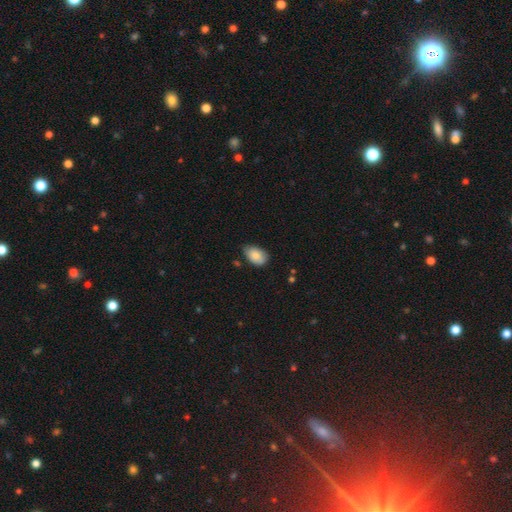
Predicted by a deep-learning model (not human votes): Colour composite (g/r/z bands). It shows a smooth galaxy with no disk features (84%) that is in between round and cigar-shaped (89%). Merging: none (62%).